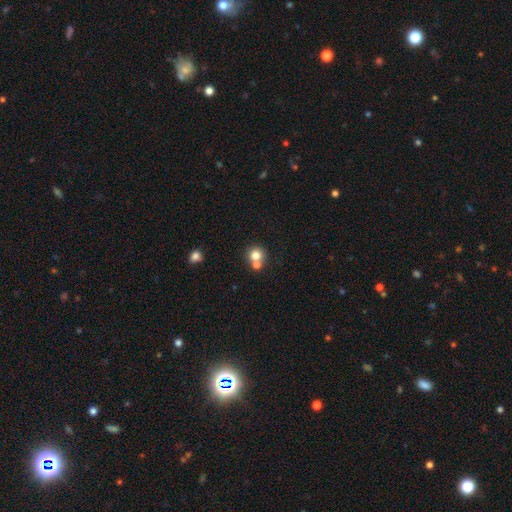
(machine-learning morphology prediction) Smooth or featured? Predicted: smooth (p=0.78). How rounded? Predicted: round (p=0.90). Merging? Predicted: none (p=0.54).